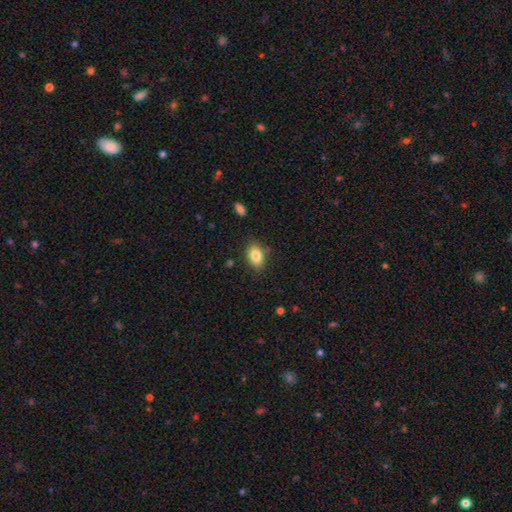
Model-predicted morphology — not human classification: The model was most divided on "merging": none: 80%, minor disturbance: 14%, major disturbance: 3%, merger: 2%. More confident: how rounded — in between (86%); smooth or featured — smooth (83%).